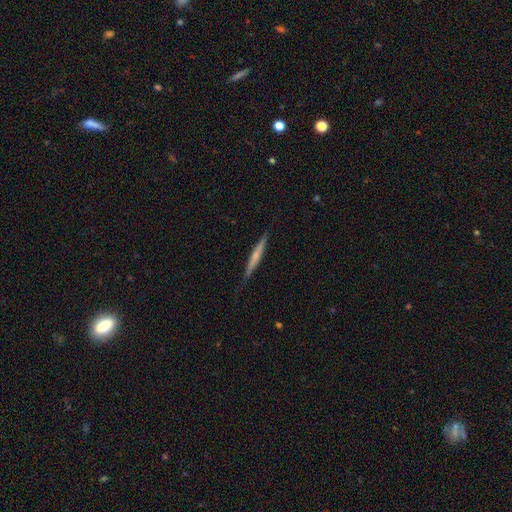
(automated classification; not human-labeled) Q: Smooth or featured?
A: featured or disk (50%); runner-up: smooth (44%)
Q: Edge-on disk?
A: yes (97%); runner-up: no (3%)
Q: Merging?
A: none (85%); runner-up: minor disturbance (12%)